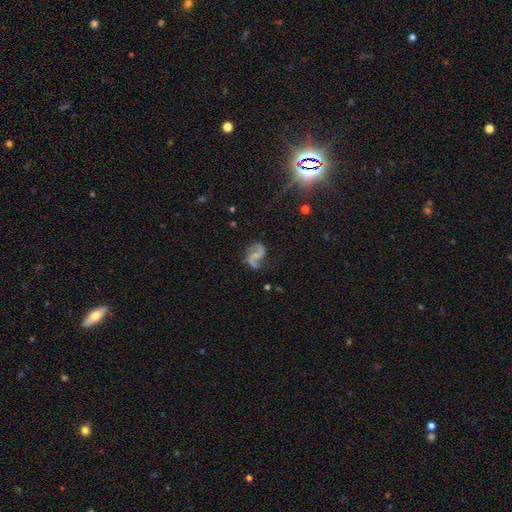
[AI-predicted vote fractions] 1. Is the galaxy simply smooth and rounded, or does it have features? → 86% featured or disk, 8% smooth, 6% star or artifact.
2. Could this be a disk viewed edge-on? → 98% no, 2% yes.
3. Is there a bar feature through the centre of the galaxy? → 43% weak, 40% no, 17% strong.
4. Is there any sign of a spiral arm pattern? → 96% yes, 4% no.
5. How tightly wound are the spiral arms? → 60% loose, 34% medium, 7% tight.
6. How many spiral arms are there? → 92% 2, 3% 1, 2% can't tell, 1% 3, 1% 4, 1% more than 4.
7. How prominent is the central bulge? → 45% none, 39% small, 13% moderate, 2% large, 1% dominant.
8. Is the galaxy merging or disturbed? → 71% none, 17% minor disturbance, 10% major disturbance, 3% merger.